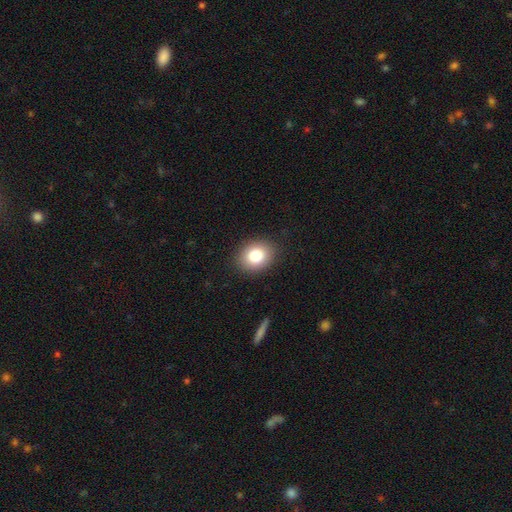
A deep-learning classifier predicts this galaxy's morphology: smooth 82%, star or artifact 9%, featured or disk 8%. Down the decision tree: how rounded — in between (50%); merging — none (88%).